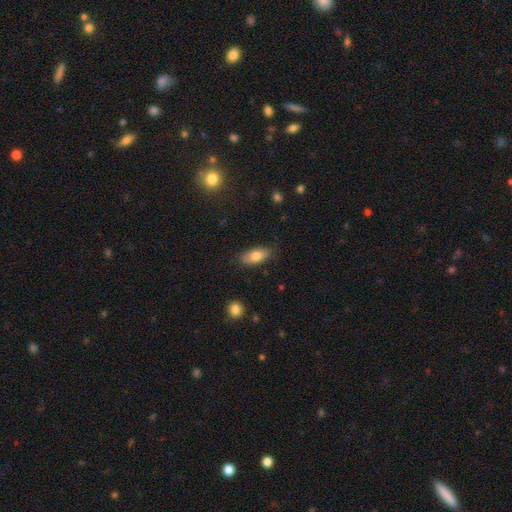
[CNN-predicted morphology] Overall: smooth (78%). How rounded: in between (83%). Merging: none (83%).